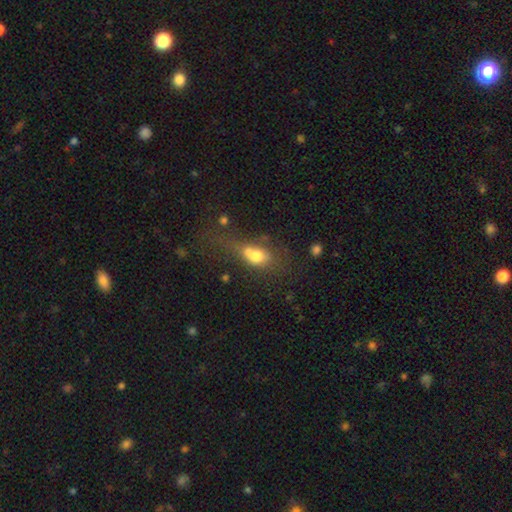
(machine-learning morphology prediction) smooth-or-featured: smooth: 67% | featured or disk: 21% | star or artifact: 12%
  how-rounded: in between: 64% | round: 29% | cigar-shaped: 7%
  merging: merger: 45% | none: 24% | major disturbance: 17% | minor disturbance: 14%